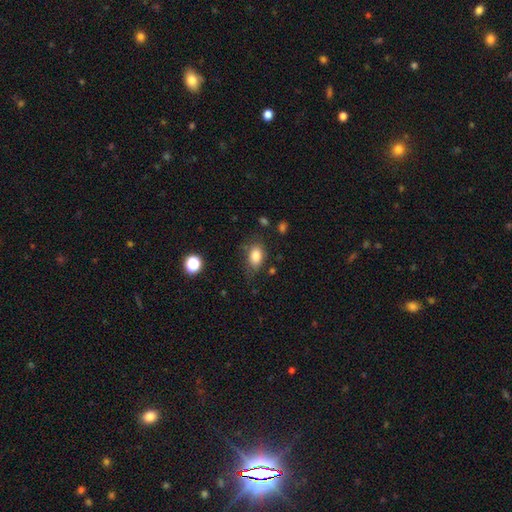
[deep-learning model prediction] smooth 83%, star or artifact 9%, featured or disk 8%. Down the decision tree: how rounded — in between (85%); merging — none (67%).